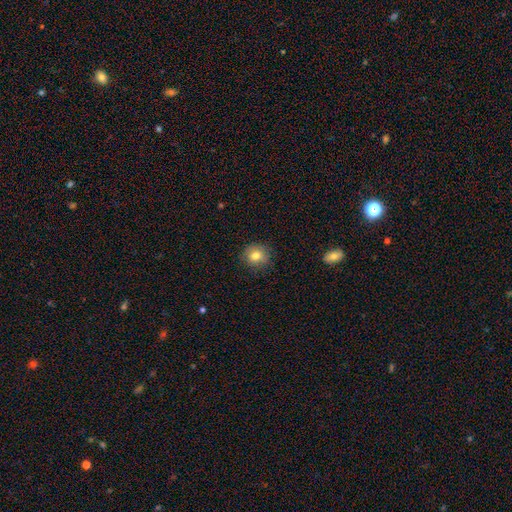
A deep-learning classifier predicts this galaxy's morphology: This is likely a smooth galaxy (80%). How rounded: clearly round (81%). Merging: clearly none (84%).